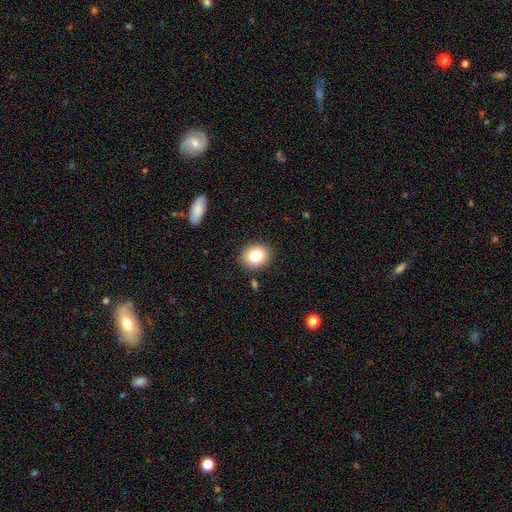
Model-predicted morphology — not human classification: type=smooth (83%); roundness=round (56%); merging=none (86%).